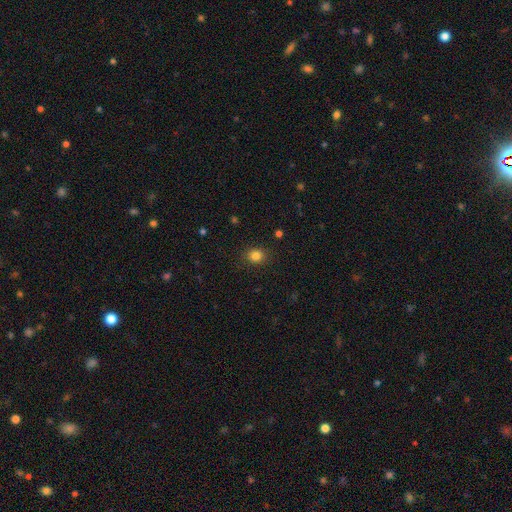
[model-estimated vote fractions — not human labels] Smooth or featured?
  - smooth: 83% *
  - star or artifact: 12%
  - featured or disk: 5%
How rounded?
  - round: 70% *
  - in between: 29%
  - cigar-shaped: 1%
Merging?
  - none: 88% *
  - minor disturbance: 9%
  - major disturbance: 3%
  - merger: 1%